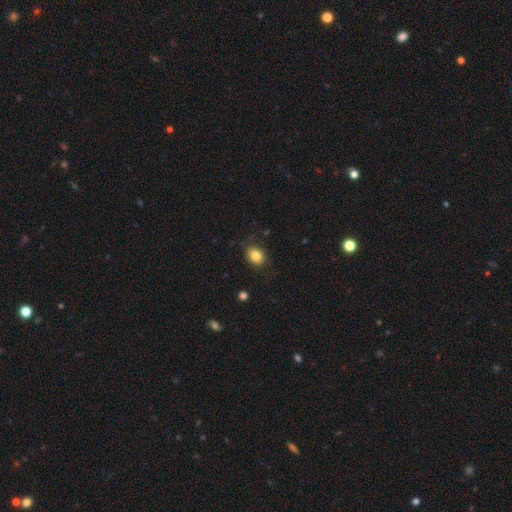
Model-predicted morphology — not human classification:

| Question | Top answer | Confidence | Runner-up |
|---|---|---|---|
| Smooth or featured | smooth | 83% | star or artifact (10%) |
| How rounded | in between | 51% | round (48%) |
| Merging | none | 81% | minor disturbance (15%) |